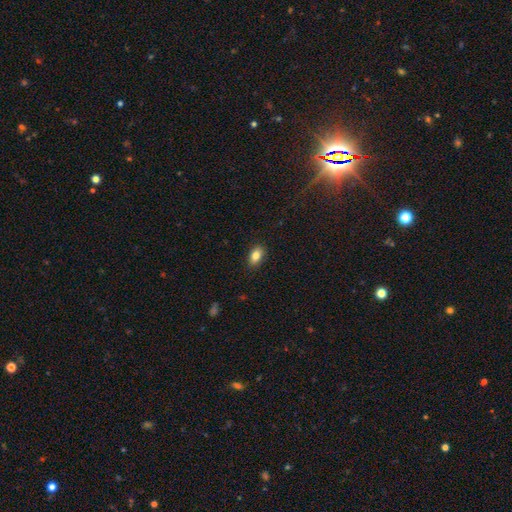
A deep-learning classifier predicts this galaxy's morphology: This is clearly a smooth galaxy (83%). How rounded: clearly in between (86%). Merging: clearly none (88%).